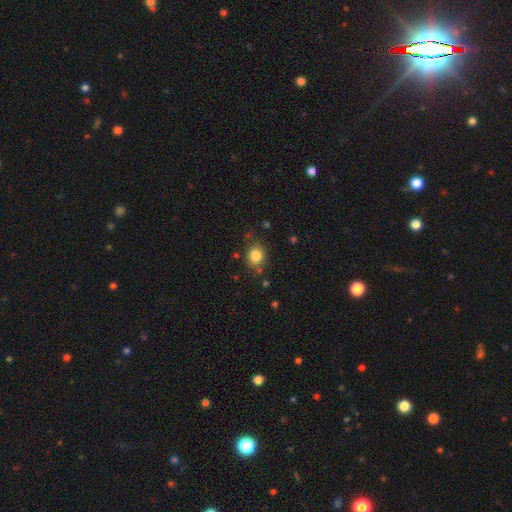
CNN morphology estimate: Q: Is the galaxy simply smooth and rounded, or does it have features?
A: smooth — 83%.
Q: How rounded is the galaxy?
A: round — 71%.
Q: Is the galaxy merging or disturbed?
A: none — 77%.